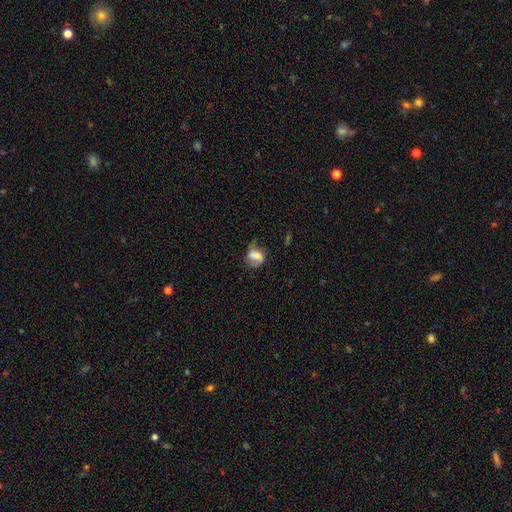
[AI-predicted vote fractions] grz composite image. It shows a smooth galaxy with no disk features (55%) that is in between round and cigar-shaped (57%). Merging: none (46%).